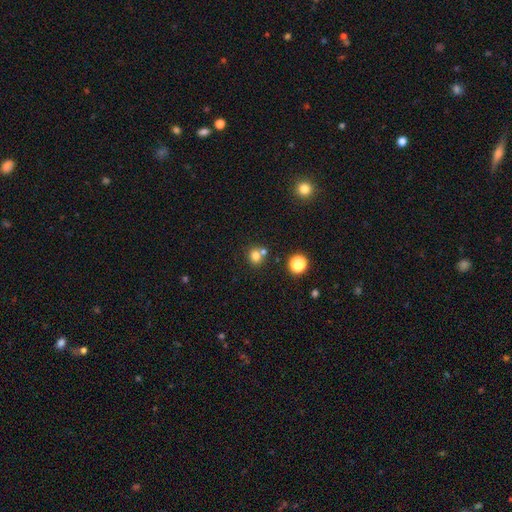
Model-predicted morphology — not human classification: A smooth galaxy with no disk features (77%) that is round (81%). Merging: none (60%).